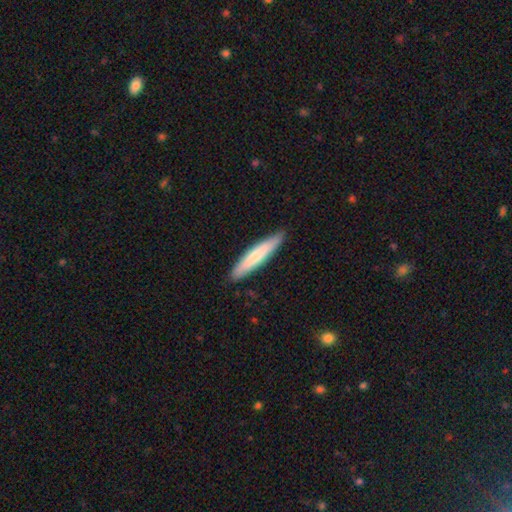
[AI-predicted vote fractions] smooth 70%, featured or disk 25%, star or artifact 5%. Down the decision tree: how rounded — cigar-shaped (90%); merging — none (88%).